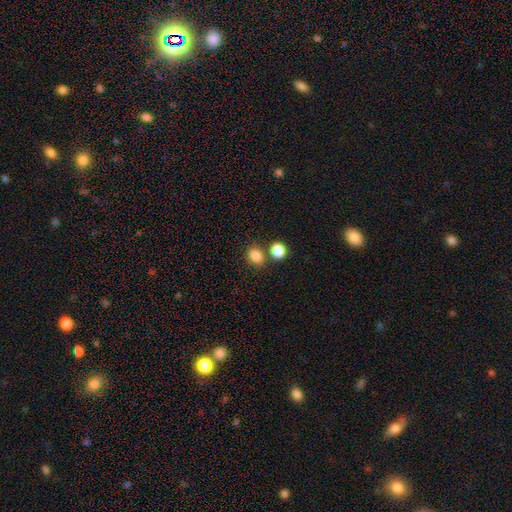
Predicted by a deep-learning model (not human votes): Smooth or featured? Predicted: smooth (p=0.84). How rounded? Predicted: round (p=0.56). Merging? Predicted: none (p=0.68).